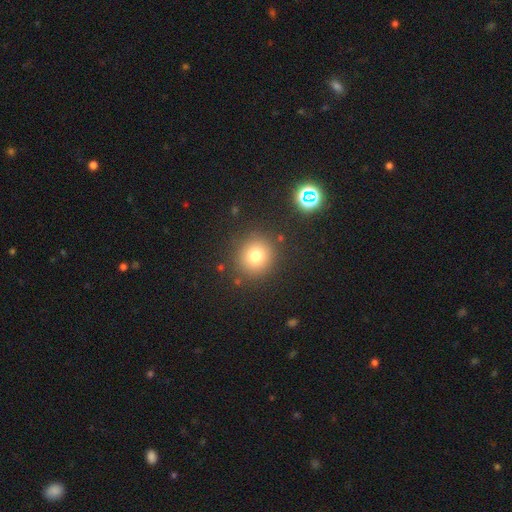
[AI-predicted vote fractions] Morphology: type=smooth (77%); roundness=round (90%); merging=none (87%).